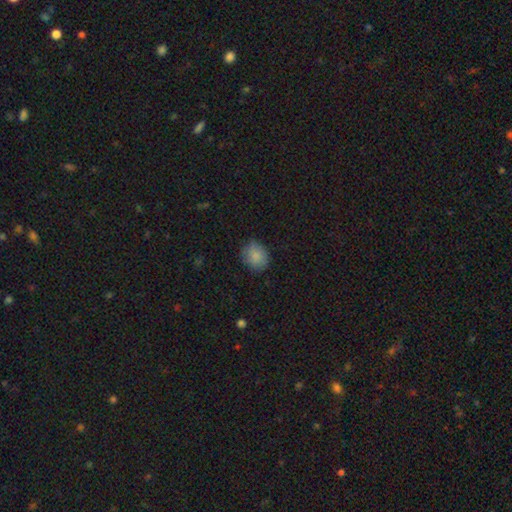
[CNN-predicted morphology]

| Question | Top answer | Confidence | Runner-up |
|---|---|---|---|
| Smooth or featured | smooth | 85% | star or artifact (8%) |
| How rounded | round | 62% | in between (37%) |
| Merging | none | 78% | minor disturbance (17%) |